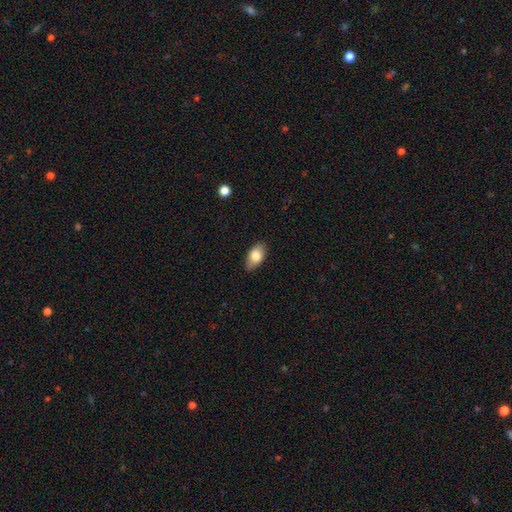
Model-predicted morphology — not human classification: smooth 81%, featured or disk 12%, star or artifact 7%. Down the decision tree: how rounded — in between (91%); merging — none (80%).